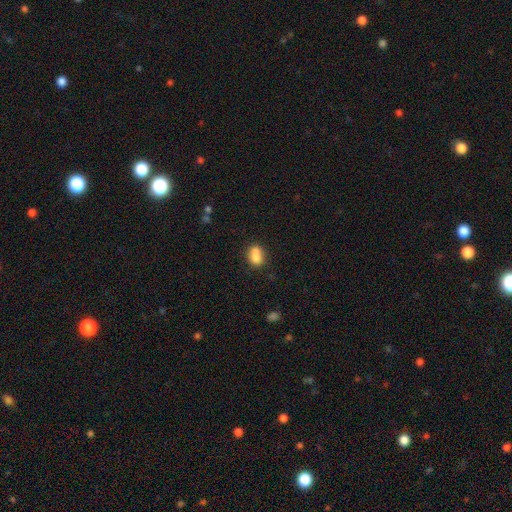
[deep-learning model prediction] A smooth galaxy with no disk features (76%) that is in between round and cigar-shaped (58%). Merging: merger (48%).